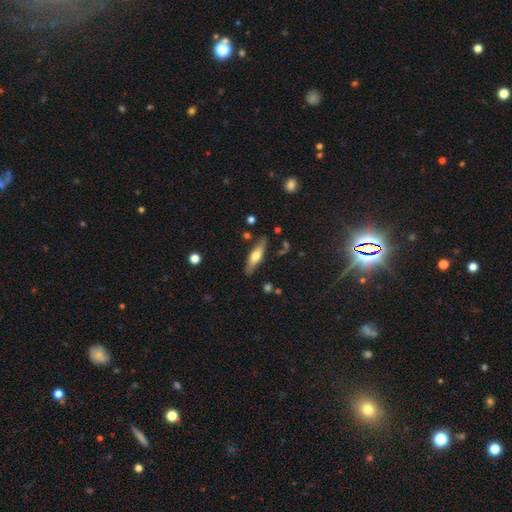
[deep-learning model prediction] This appears to be a smooth galaxy with no disk features (50%) that is cigar-shaped (64%). Merging: none (82%).